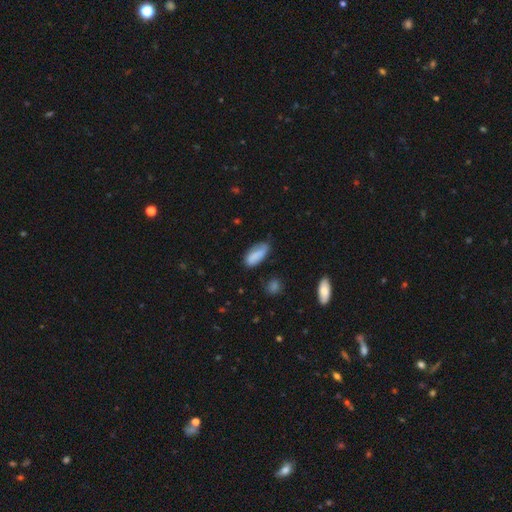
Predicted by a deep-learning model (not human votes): Smooth or featured? Predicted: smooth (p=0.80). How rounded? Predicted: in between (p=0.86). Merging? Predicted: none (p=0.65).